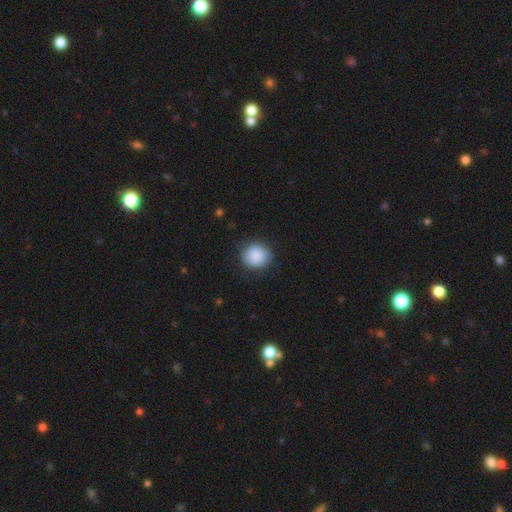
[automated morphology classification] Smooth or featured? smooth (89%)
How rounded? round (86%)
Merging? none (85%)